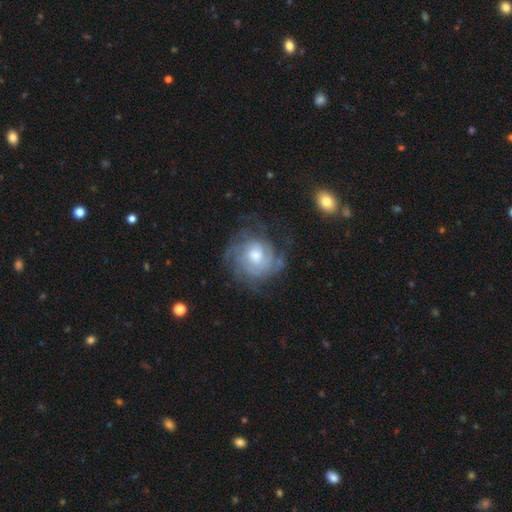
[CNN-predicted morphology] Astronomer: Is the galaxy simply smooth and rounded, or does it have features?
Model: featured or disk — 81%.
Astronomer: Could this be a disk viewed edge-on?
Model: no — 98%.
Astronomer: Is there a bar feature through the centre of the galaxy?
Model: no — 70%.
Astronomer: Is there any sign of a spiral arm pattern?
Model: yes — 93%.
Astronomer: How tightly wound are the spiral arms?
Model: tight — 64%.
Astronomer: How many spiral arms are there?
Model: can't tell — 42% (runner-up: 3, 18%).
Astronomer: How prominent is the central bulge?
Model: moderate — 62%.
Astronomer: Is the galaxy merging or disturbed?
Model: none — 68%.